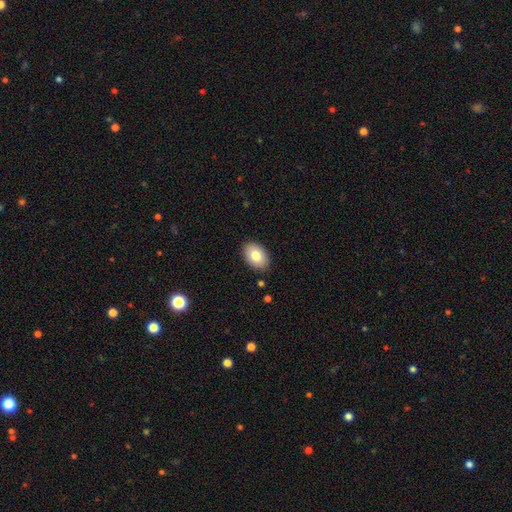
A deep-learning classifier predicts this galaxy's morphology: Smooth or featured? Predicted: smooth (p=0.80). How rounded? Predicted: in between (p=0.87). Merging? Predicted: none (p=0.88).